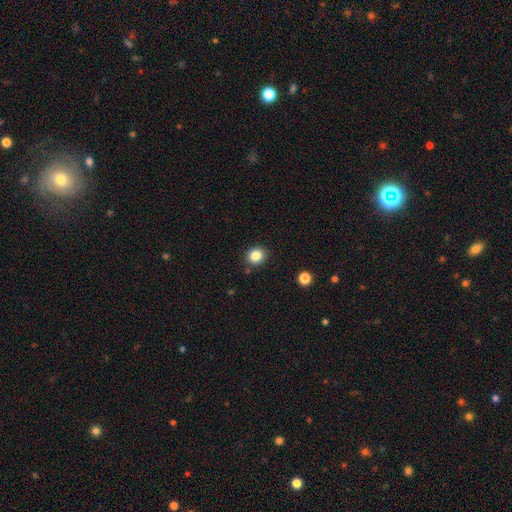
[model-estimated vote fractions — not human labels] A smooth galaxy with no disk features (84%) that is round (76%).

Vote fractions:
- Smooth or featured? smooth: 84% / star or artifact: 11% / featured or disk: 5%
- How rounded? round: 76% / in between: 23% / cigar-shaped: 1%
- Merging? none: 87% / minor disturbance: 8% / merger: 2% / major disturbance: 2%